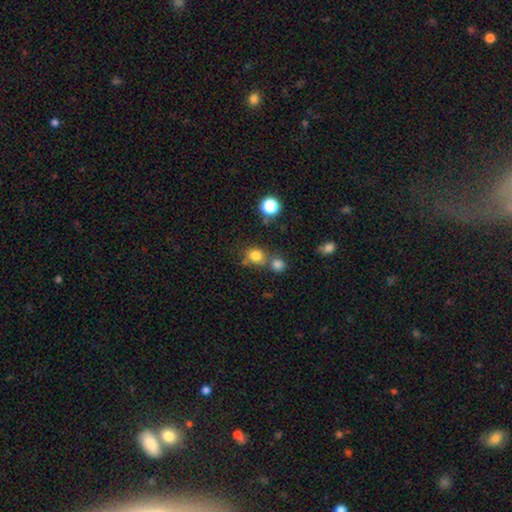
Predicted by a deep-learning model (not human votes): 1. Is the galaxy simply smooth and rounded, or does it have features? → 79% smooth, 14% star or artifact, 7% featured or disk.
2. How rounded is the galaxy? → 75% round, 24% in between, 1% cigar-shaped.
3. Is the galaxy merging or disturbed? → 55% none, 28% merger, 12% minor disturbance, 5% major disturbance.